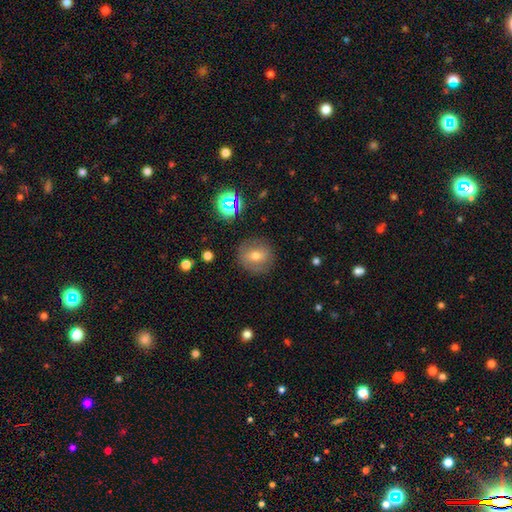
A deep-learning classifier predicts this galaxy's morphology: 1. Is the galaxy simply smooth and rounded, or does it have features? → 58% smooth, 29% featured or disk, 14% star or artifact.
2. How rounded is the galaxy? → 87% round, 12% in between, 1% cigar-shaped.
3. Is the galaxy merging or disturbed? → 85% none, 10% minor disturbance, 4% major disturbance, 1% merger.